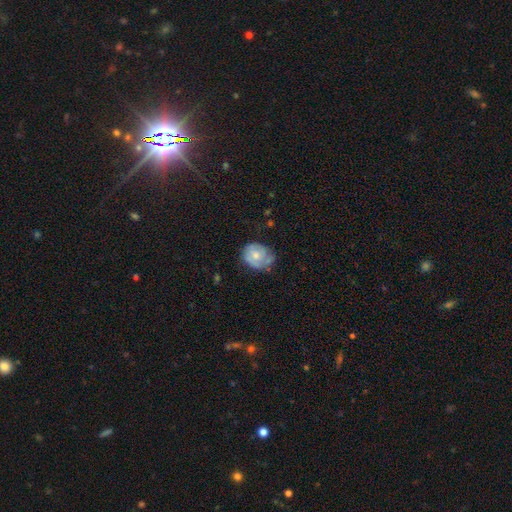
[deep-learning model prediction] Smooth or featured? featured or disk (56%)
Edge-on disk? no (97%)
Bar? no (75%)
Spiral arms? yes (76%)
Bulge size? moderate (55%)
Merging? none (54%)